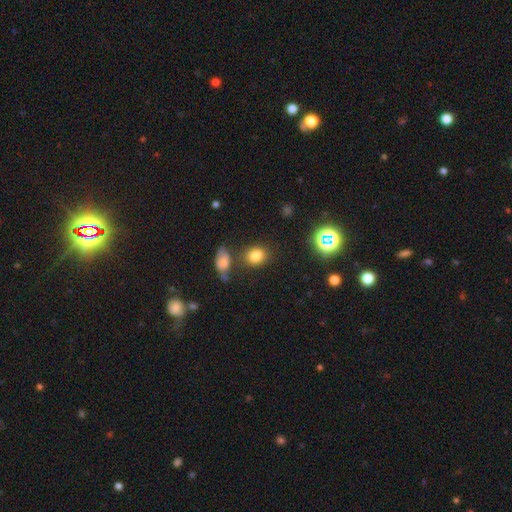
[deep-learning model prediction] Smooth or featured? Predicted: smooth (p=0.79). How rounded? Predicted: in between (p=0.53). Merging? Predicted: none (p=0.71).